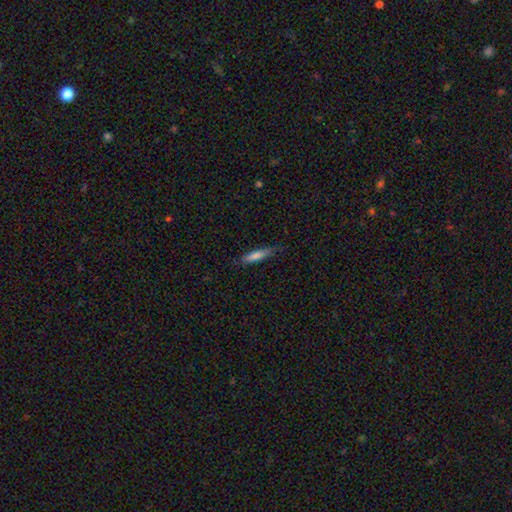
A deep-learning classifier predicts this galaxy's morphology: Smooth or featured? Predicted: smooth (p=0.70). How rounded? Predicted: cigar-shaped (p=0.85). Merging? Predicted: none (p=0.82).